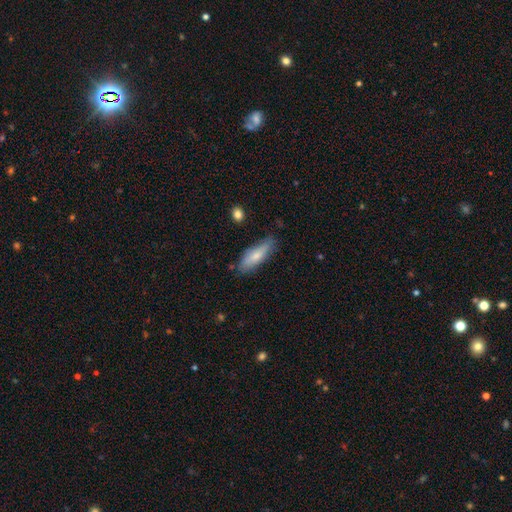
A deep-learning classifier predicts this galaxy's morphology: A smooth galaxy with no disk features (73%) that is cigar-shaped (52%).

Vote fractions:
- Smooth or featured? smooth: 73% / featured or disk: 21% / star or artifact: 6%
- How rounded? cigar-shaped: 52% / in between: 47% / round: 2%
- Merging? none: 72% / minor disturbance: 21% / major disturbance: 4% / merger: 2%